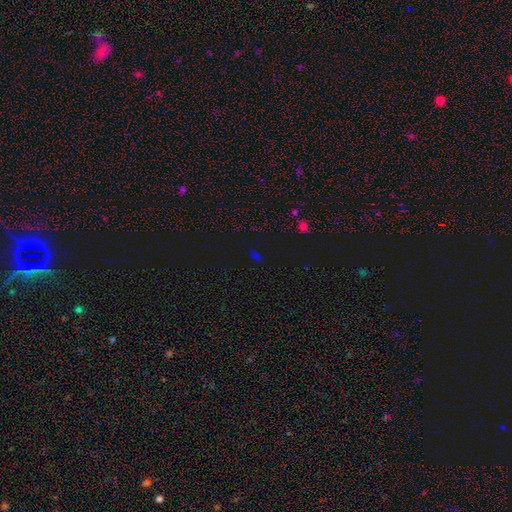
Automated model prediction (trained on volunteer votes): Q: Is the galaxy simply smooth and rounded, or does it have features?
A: star or artifact — 54%.